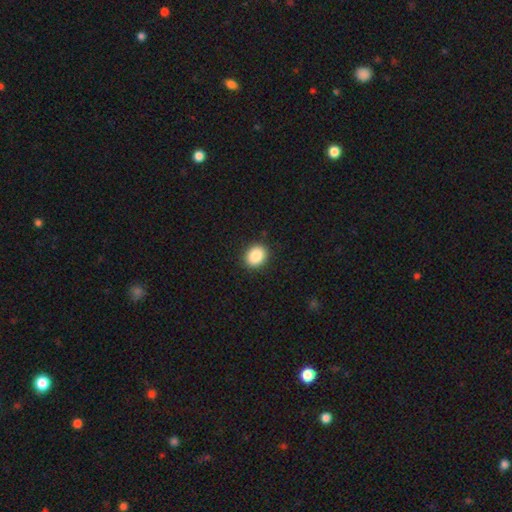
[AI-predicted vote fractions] This is clearly a smooth galaxy (88%). How rounded: possibly round (56%). Merging: clearly none (90%).